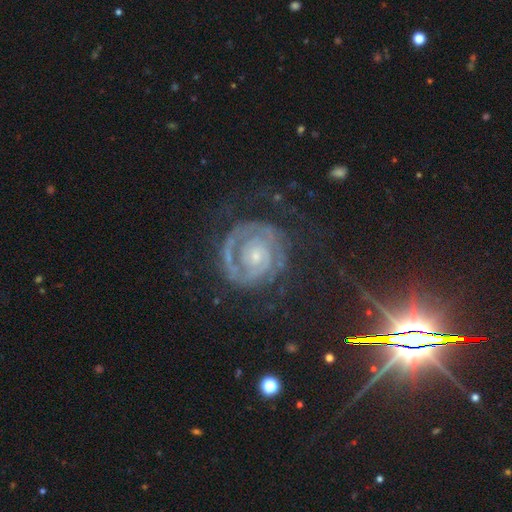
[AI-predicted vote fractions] This is clearly a featured or disk galaxy (85%). It is clearly not viewed edge-on (98%). Bar: likely no (70%). Spiral arm pattern: clearly yes (95%). Spiral arm count: possibly 2 (48%). Spiral winding: likely tight (75%). Central bulge: likely small (69%). Merging: likely none (68%).